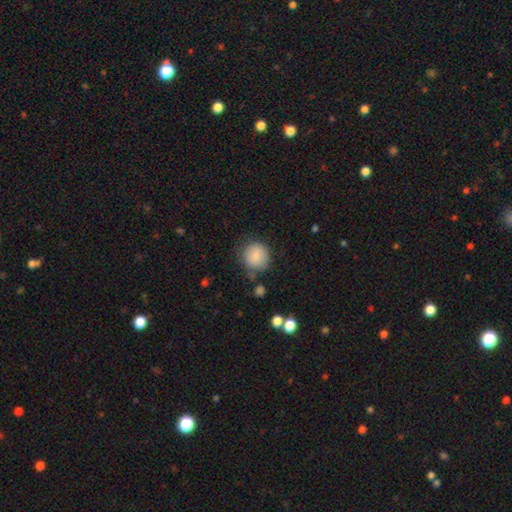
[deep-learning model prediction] Q: Smooth or featured?
A: smooth (85%); runner-up: star or artifact (8%)
Q: How rounded?
A: round (86%); runner-up: in between (13%)
Q: Merging?
A: none (71%); runner-up: minor disturbance (19%)